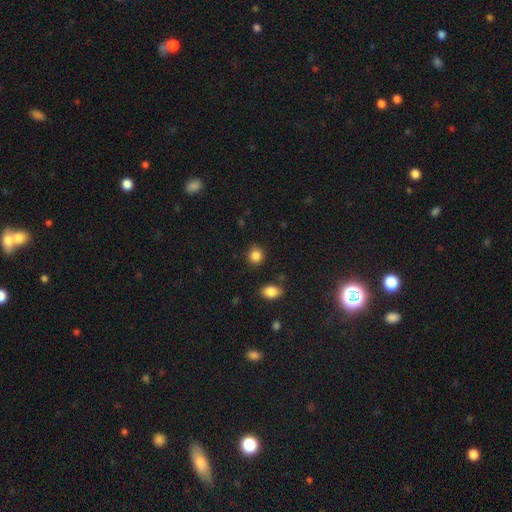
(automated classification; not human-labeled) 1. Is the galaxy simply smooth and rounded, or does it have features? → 86% smooth, 10% star or artifact, 4% featured or disk.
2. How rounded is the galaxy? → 83% round, 16% in between, 1% cigar-shaped.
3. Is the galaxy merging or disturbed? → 86% none, 9% minor disturbance, 3% merger, 3% major disturbance.